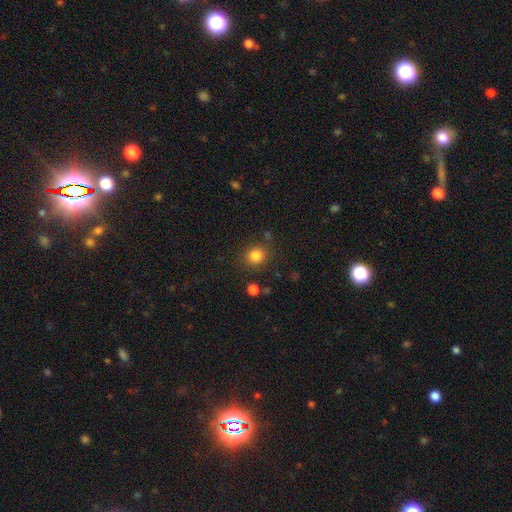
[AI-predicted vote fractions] Overall: smooth (84%). How rounded: round (84%). Merging: none (82%).